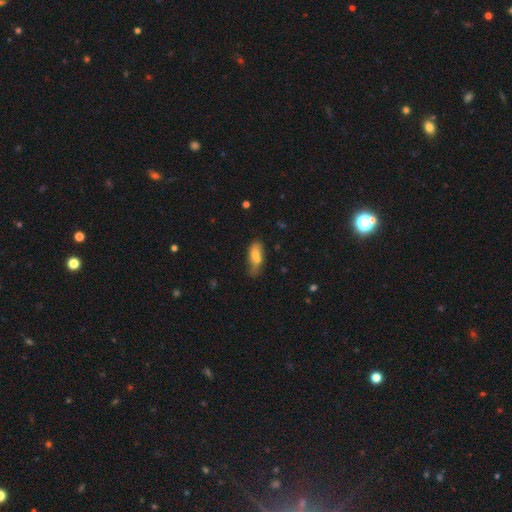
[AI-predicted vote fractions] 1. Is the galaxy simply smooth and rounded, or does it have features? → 69% smooth, 22% featured or disk, 9% star or artifact.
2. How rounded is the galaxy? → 72% in between, 24% cigar-shaped, 4% round.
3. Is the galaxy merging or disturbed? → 40% none, 29% minor disturbance, 18% merger, 13% major disturbance.